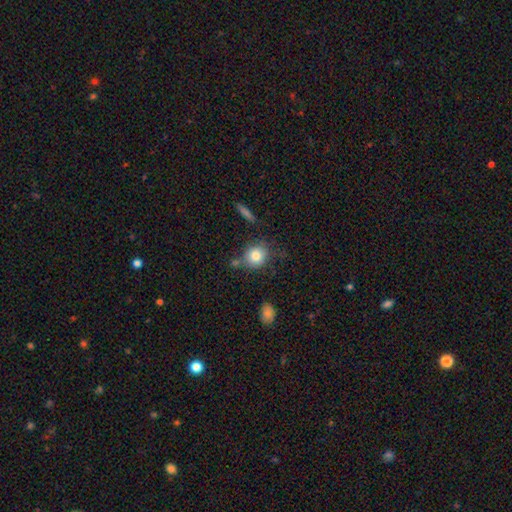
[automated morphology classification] Smooth or featured: smooth — 82% (star or artifact — 9%)
How rounded: round — 81% (in between — 18%)
Merging: none — 68% (minor disturbance — 16%)